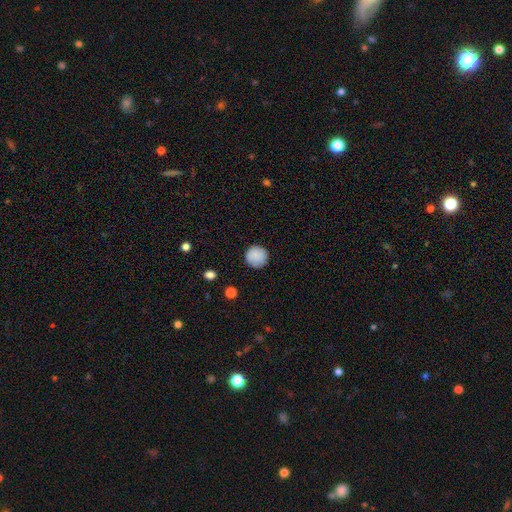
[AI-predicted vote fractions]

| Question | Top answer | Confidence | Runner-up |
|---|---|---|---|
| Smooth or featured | smooth | 87% | star or artifact (8%) |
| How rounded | round | 95% | in between (4%) |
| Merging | none | 89% | minor disturbance (8%) |